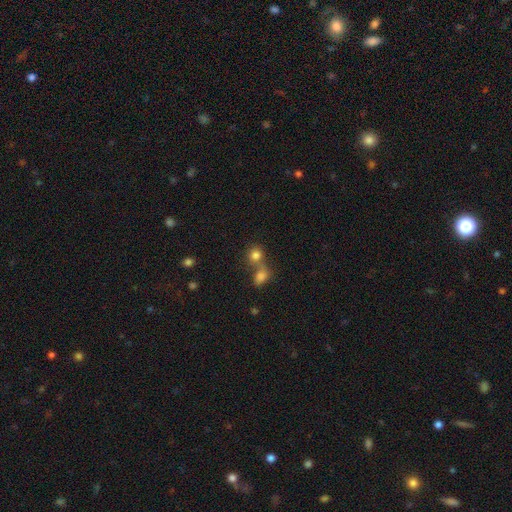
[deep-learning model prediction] Morphology: type=smooth (80%); roundness=round (79%); merging=merger (48%).